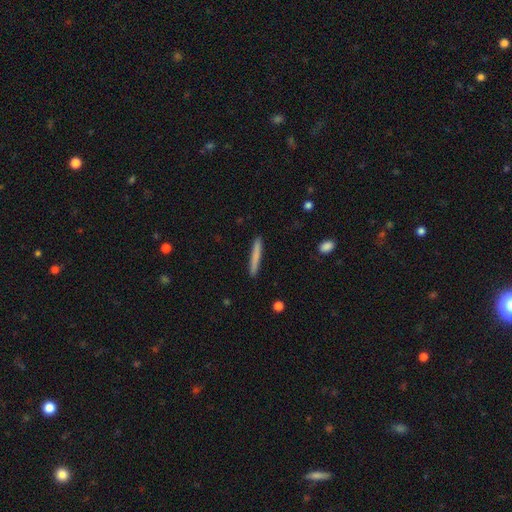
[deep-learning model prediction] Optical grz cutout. It shows a smooth galaxy with no disk features (74%) that is cigar-shaped (96%). Merging: none (90%).